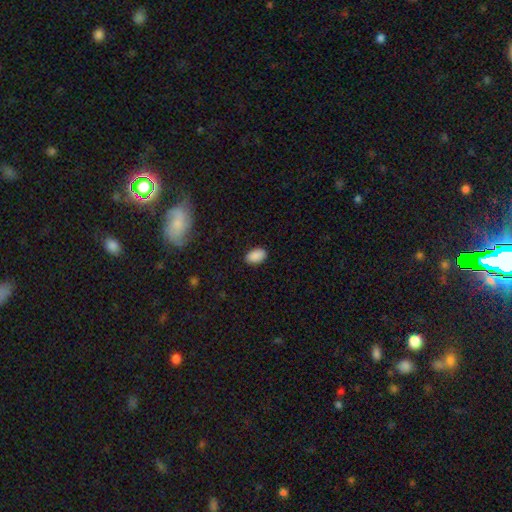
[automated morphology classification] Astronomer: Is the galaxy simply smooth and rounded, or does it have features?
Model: smooth — 89%.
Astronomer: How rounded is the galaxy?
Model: in between — 92%.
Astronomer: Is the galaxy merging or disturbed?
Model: none — 88%.